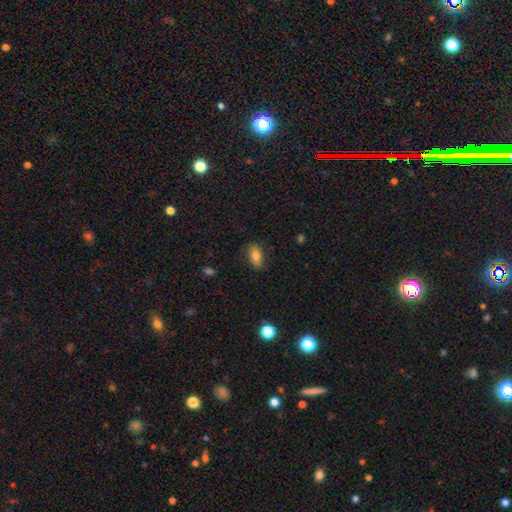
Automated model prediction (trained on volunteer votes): Overall: smooth (77%). How rounded: in between (87%). Merging: none (82%).